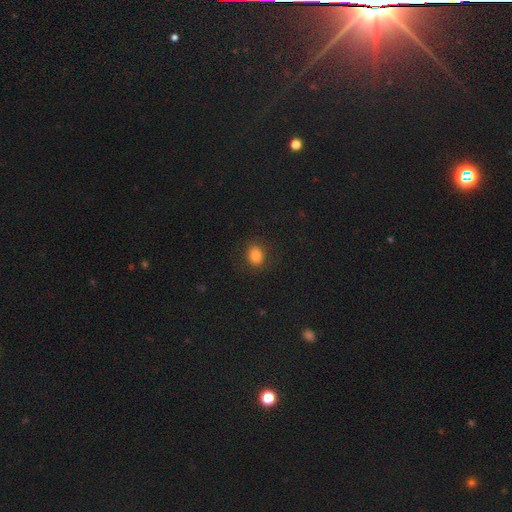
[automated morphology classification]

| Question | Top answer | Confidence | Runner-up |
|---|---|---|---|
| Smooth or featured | smooth | 82% | star or artifact (11%) |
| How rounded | round | 51% | in between (48%) |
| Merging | none | 86% | minor disturbance (10%) |